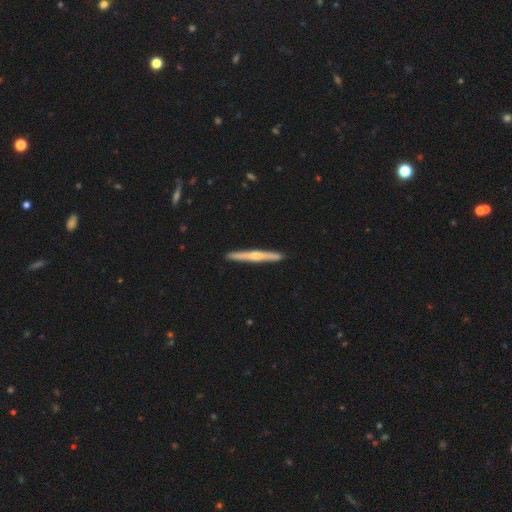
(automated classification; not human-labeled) Q: Smooth or featured?
A: featured or disk (66%); runner-up: smooth (30%)
Q: Edge-on disk?
A: yes (98%); runner-up: no (2%)
Q: Edge-on bulge?
A: rounded (80%); runner-up: none (15%)
Q: Merging?
A: none (92%); runner-up: minor disturbance (6%)